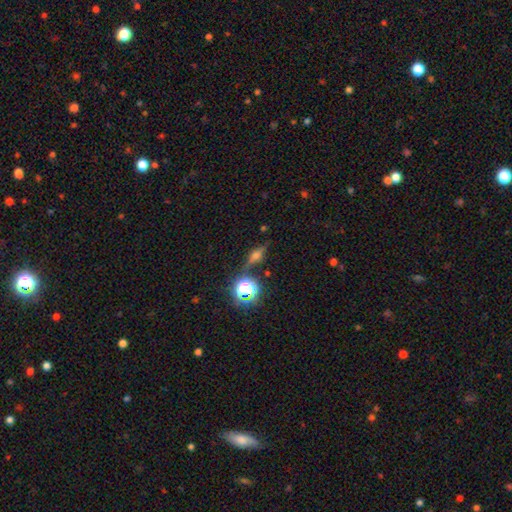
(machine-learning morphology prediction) Smooth or featured: featured or disk — 49% (smooth — 28%)
Merging: none — 78% (minor disturbance — 13%)